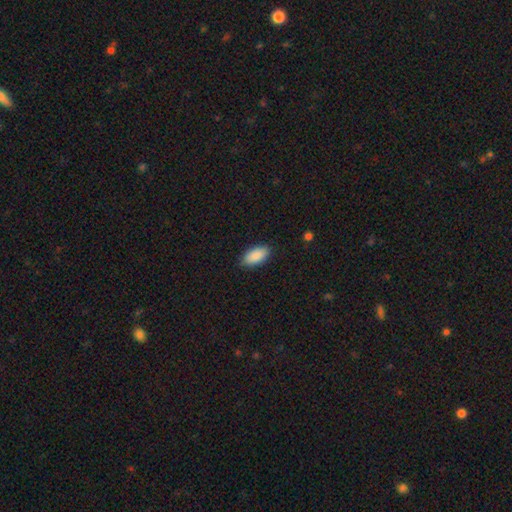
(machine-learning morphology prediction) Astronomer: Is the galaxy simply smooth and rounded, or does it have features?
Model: smooth — 90%.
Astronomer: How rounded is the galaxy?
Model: in between — 93%.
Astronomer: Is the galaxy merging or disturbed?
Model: none — 87%.